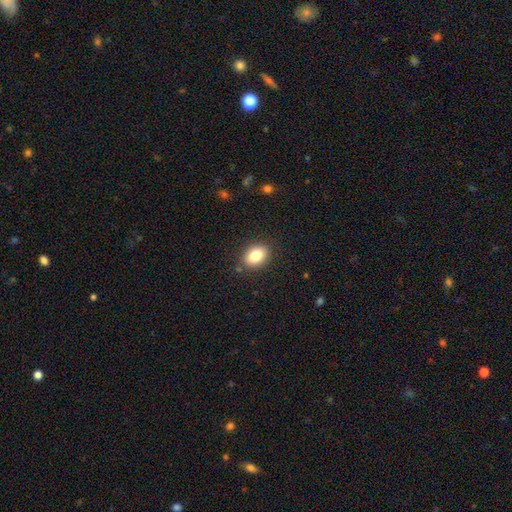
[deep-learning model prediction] This is clearly a smooth galaxy (83%). How rounded: likely in between (79%). Merging: clearly none (86%).